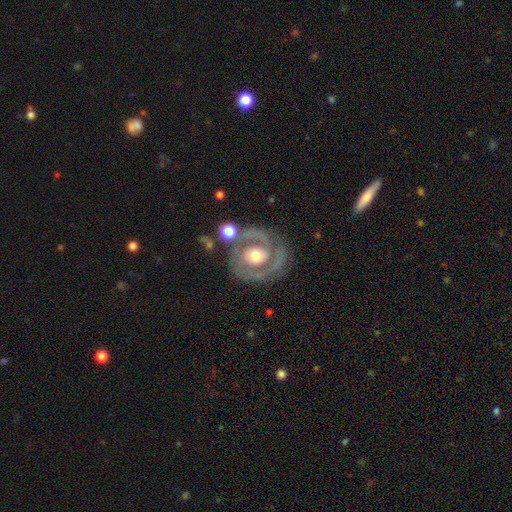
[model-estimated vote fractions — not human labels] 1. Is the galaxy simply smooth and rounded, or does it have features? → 79% featured or disk, 16% smooth, 5% star or artifact.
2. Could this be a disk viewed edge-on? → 97% no, 3% yes.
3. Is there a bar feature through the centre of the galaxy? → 67% no, 24% weak, 9% strong.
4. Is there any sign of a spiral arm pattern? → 73% yes, 27% no.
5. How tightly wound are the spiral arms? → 54% tight, 34% medium, 12% loose.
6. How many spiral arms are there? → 61% 2, 16% can't tell, 12% 1, 6% 3, 2% 4, 2% more than 4.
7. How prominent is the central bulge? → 67% moderate, 21% large, 9% small, 2% dominant, 1% none.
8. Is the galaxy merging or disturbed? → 66% none, 17% minor disturbance, 10% major disturbance, 7% merger.